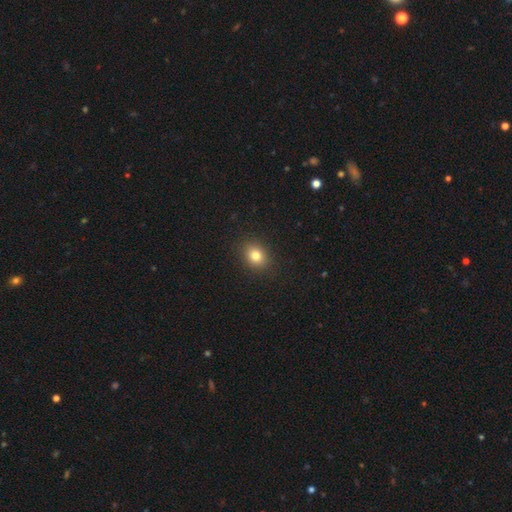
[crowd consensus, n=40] Smooth or featured? 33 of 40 (82%) said smooth. How rounded? 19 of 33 (58%) said in between. Merging? 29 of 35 (83%) said none.